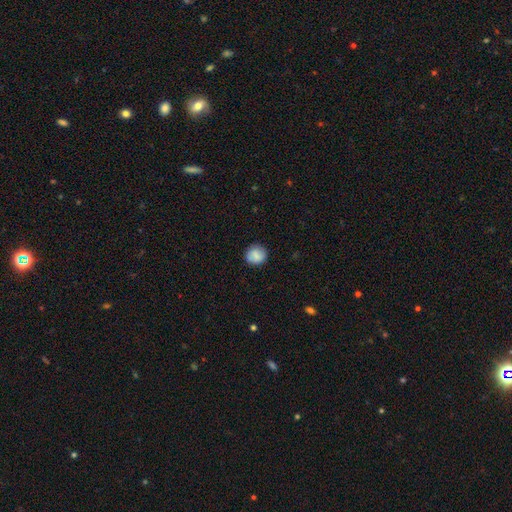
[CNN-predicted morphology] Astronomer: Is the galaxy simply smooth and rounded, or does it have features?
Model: smooth — 83%.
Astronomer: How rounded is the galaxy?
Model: round — 84%.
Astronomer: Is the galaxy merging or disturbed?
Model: none — 85%.